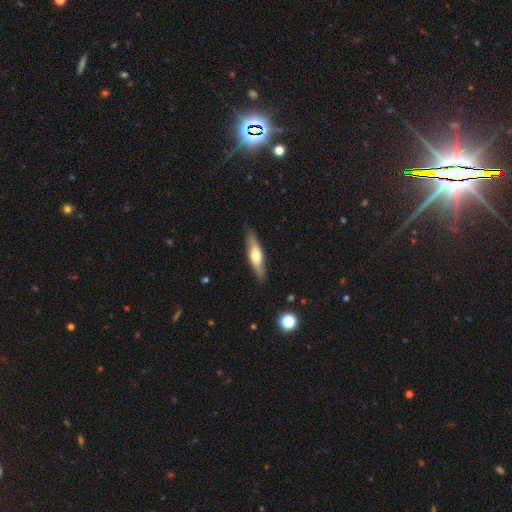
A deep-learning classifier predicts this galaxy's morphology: Q: Smooth or featured?
A: featured or disk (48%); runner-up: smooth (47%)
Q: Merging?
A: none (86%); runner-up: minor disturbance (11%)